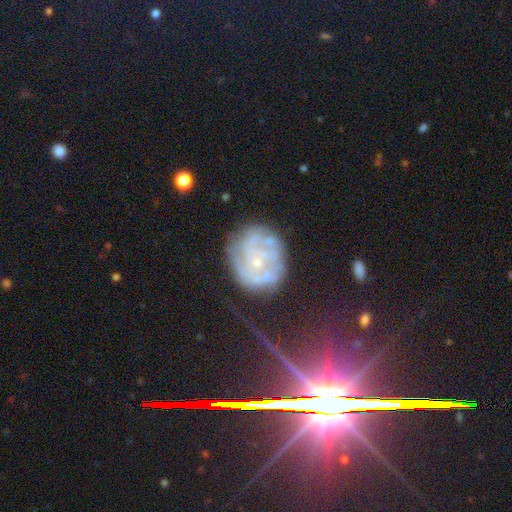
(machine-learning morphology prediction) The model was most divided on "spiral arm count": can't tell: 41%, 3: 18%, 2: 16%, 4: 13%, more than 4: 7%, 1: 5%. More confident: edge-on disk — no (96%); spiral arms — yes (81%); bulge size — small (79%); bar — no (76%); smooth or featured — featured or disk (70%); merging — none (70%); spiral winding — tight (59%).